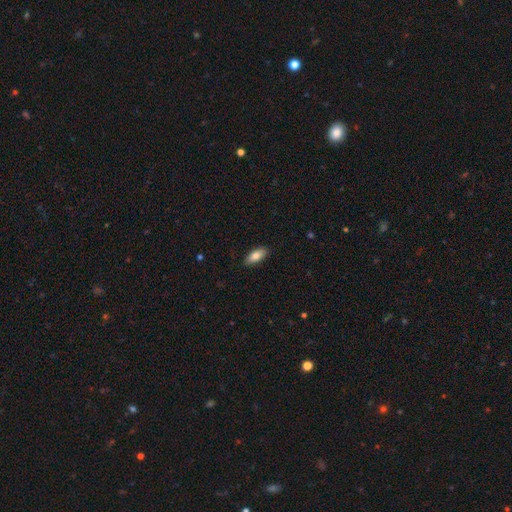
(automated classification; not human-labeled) Smooth or featured?
  - smooth: 81% *
  - featured or disk: 13%
  - star or artifact: 6%
How rounded?
  - in between: 81% *
  - cigar-shaped: 16%
  - round: 2%
Merging?
  - none: 88% *
  - minor disturbance: 10%
  - major disturbance: 2%
  - merger: 1%